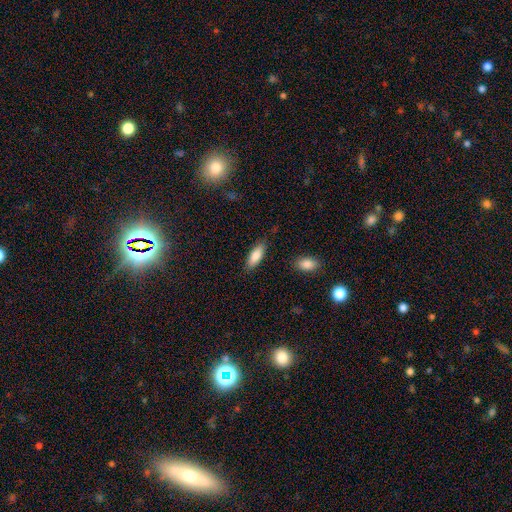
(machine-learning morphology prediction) smooth_or_featured: smooth (p=0.84) [alt: featured or disk p=0.10]
how_rounded: in between (p=0.66) [alt: cigar-shaped p=0.32]
merging: none (p=0.84) [alt: minor disturbance p=0.12]